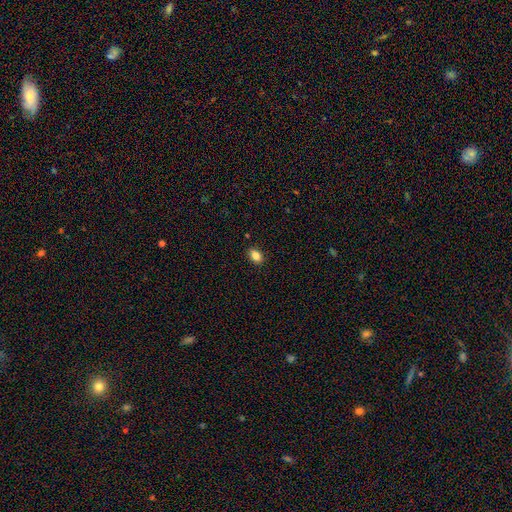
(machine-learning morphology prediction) Overall: smooth (86%). How rounded: in between (82%). Merging: none (89%).